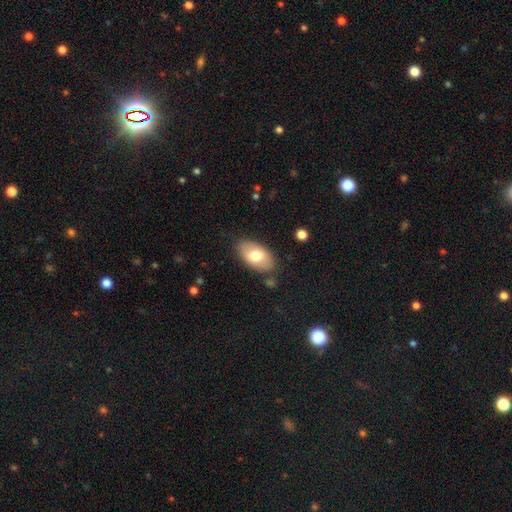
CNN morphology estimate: This is likely a smooth galaxy (70%). How rounded: clearly in between (93%). Merging: clearly none (81%).